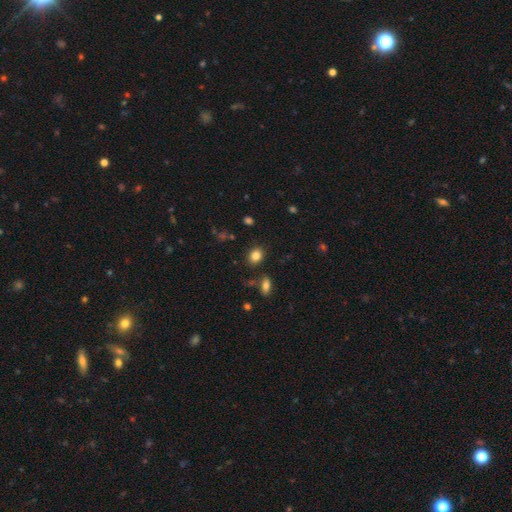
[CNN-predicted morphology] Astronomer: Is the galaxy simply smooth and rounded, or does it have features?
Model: smooth — 84%.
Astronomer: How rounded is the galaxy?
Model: in between — 55% (runner-up: round, 44%).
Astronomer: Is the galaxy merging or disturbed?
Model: none — 85%.